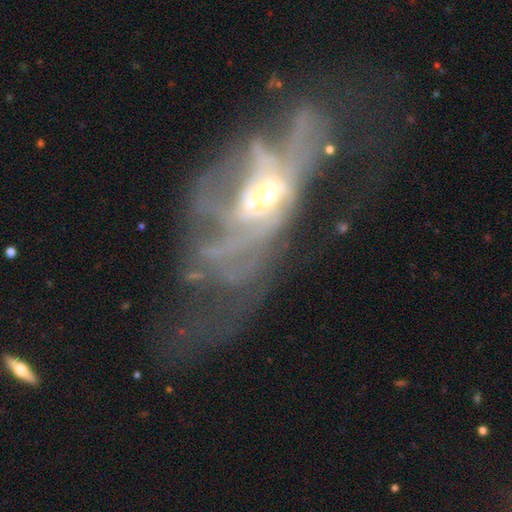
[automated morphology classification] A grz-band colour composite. It shows a featured or disk galaxy (74%) with no bar (58%), no spiral arms (51%) and a moderate central bulge (60%). Merging: major disturbance (61%).